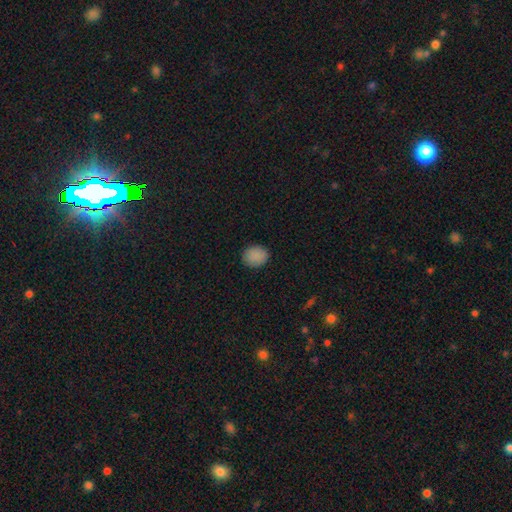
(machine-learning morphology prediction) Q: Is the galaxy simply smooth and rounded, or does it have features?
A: smooth — 88%.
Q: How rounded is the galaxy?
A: round — 66%.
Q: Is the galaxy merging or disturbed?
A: none — 88%.